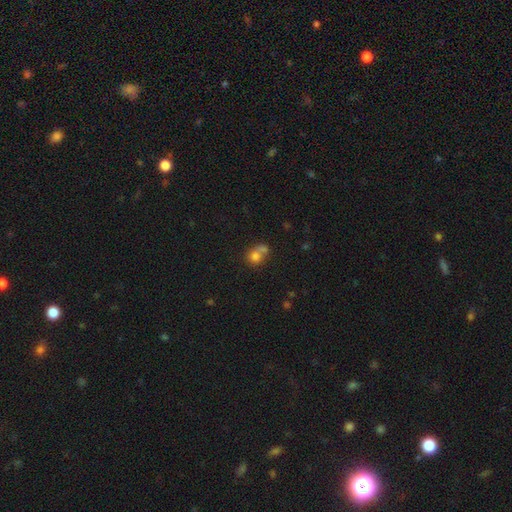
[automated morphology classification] The model was most divided on "merging": merger: 54%, none: 30%, minor disturbance: 10%, major disturbance: 6%. More confident: smooth or featured — smooth (76%); how rounded — round (71%).